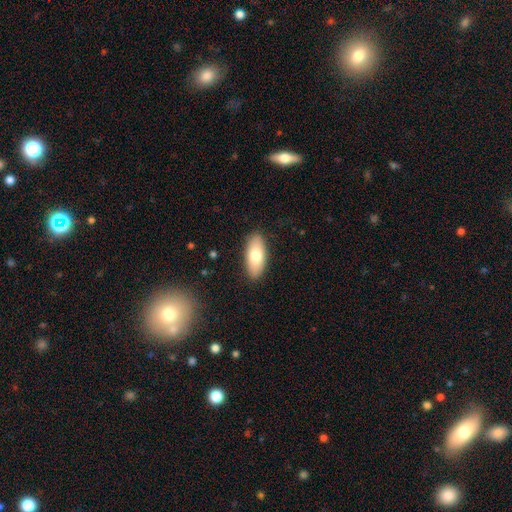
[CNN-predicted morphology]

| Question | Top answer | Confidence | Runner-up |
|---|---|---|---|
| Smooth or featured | smooth | 77% | featured or disk (17%) |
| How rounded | in between | 85% | cigar-shaped (13%) |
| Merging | none | 88% | minor disturbance (9%) |